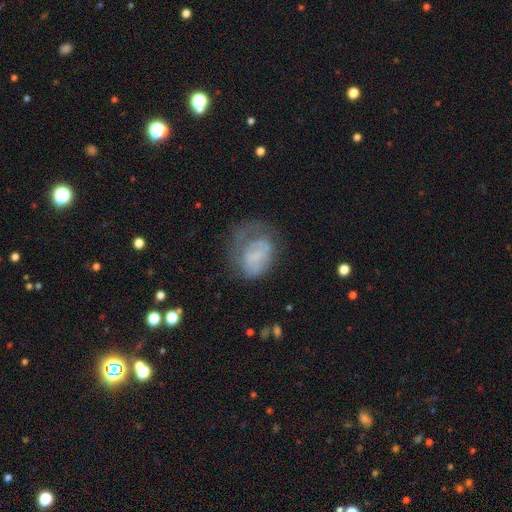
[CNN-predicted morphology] Smooth or featured? featured or disk (48%)
Merging? none (37%)